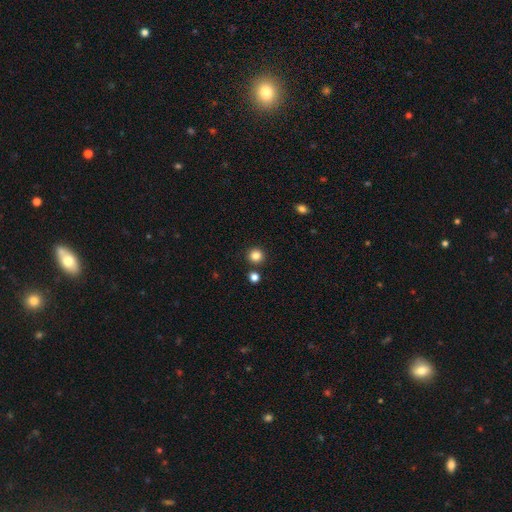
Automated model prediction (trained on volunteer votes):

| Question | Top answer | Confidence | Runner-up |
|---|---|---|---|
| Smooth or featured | smooth | 84% | star or artifact (12%) |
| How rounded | round | 93% | in between (6%) |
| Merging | none | 88% | minor disturbance (5%) |